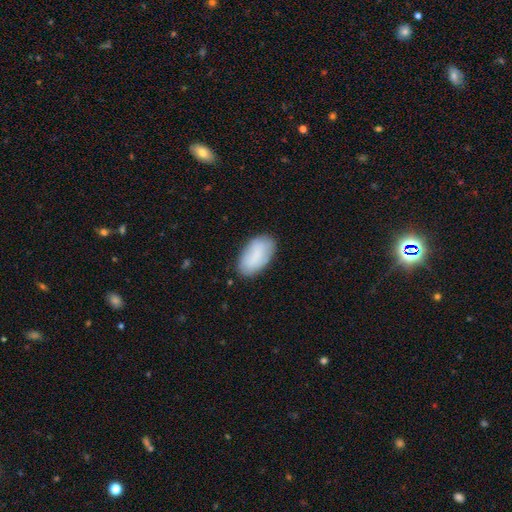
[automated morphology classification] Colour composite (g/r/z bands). It shows a smooth galaxy with no disk features (82%) that is in between round and cigar-shaped (95%). Merging: none (80%).